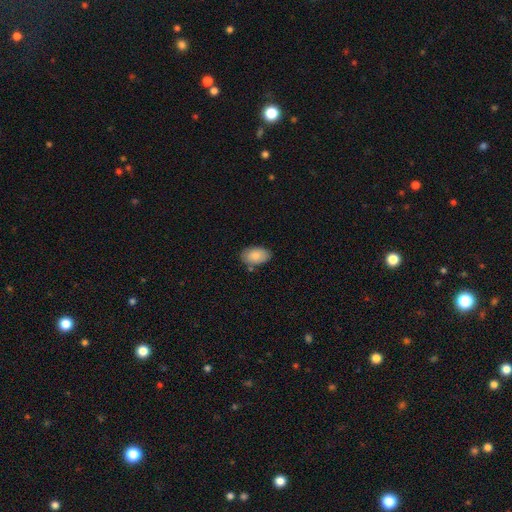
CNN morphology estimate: type=smooth (84%); roundness=in between (92%); merging=none (78%).